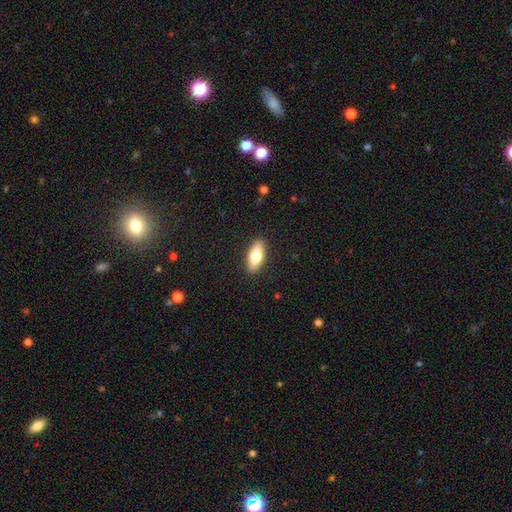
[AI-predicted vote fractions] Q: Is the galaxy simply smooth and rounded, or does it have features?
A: smooth — 75%.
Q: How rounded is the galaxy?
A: in between — 78%.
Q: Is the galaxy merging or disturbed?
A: none — 90%.